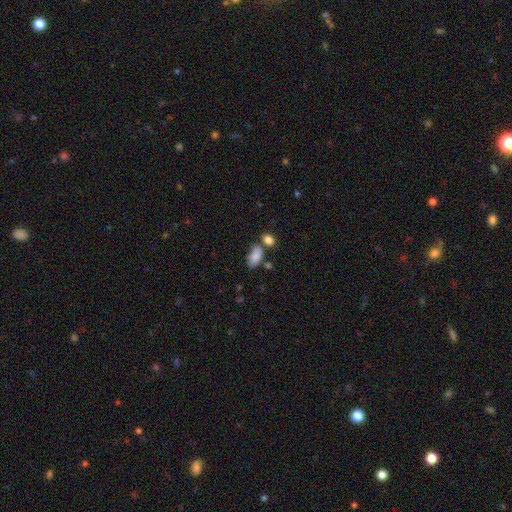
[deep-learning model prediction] smooth_or_featured: smooth (p=0.84) [alt: star or artifact p=0.08]
how_rounded: in between (p=0.90) [alt: round p=0.05]
merging: none (p=0.49) [alt: merger p=0.23]